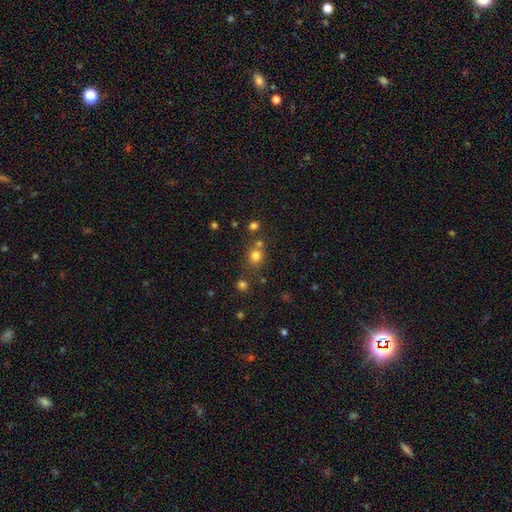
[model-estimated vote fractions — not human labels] smooth 76%, star or artifact 17%, featured or disk 7%. Down the decision tree: how rounded — round (82%); merging — none (65%).